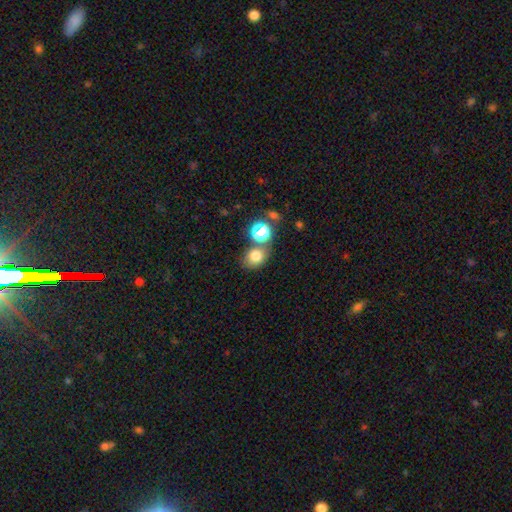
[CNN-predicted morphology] Smooth or featured? smooth (75%)
How rounded? round (55%)
Merging? none (60%)